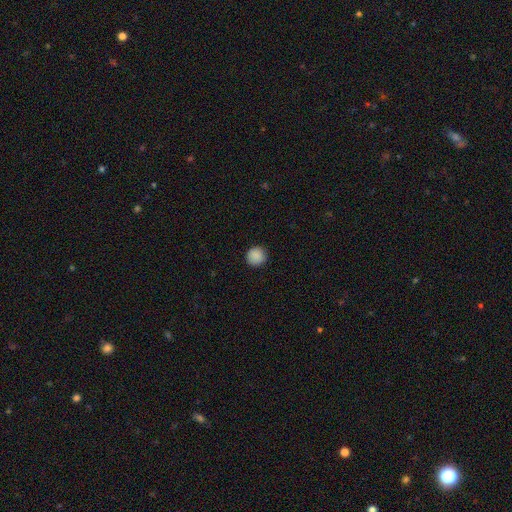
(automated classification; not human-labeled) Smooth or featured? smooth (89%)
How rounded? round (94%)
Merging? none (91%)